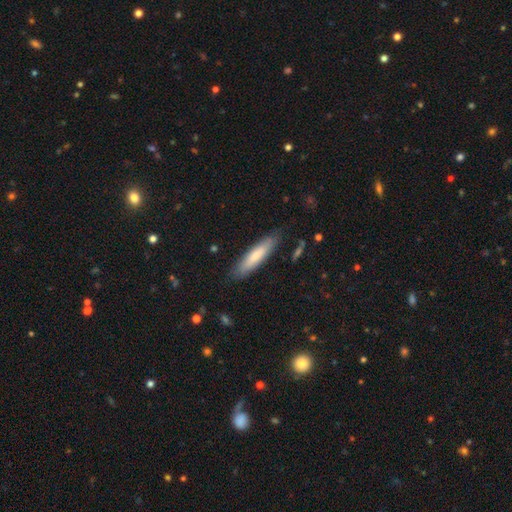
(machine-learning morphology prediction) Overall: smooth (75%). How rounded: cigar-shaped (78%). Merging: none (84%).